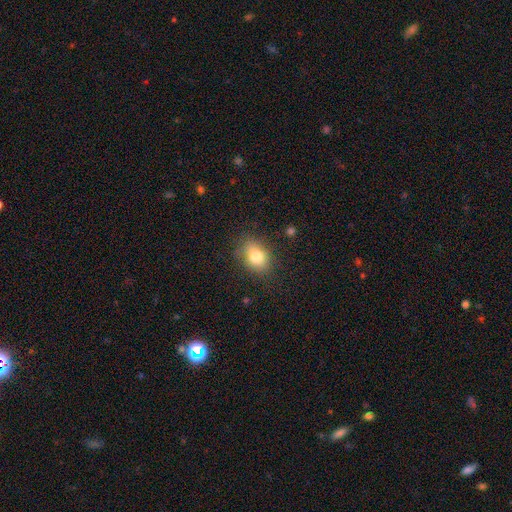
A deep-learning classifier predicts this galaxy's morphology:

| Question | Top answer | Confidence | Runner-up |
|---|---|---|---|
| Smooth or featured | smooth | 79% | featured or disk (11%) |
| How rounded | in between | 65% | round (34%) |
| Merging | none | 79% | minor disturbance (15%) |